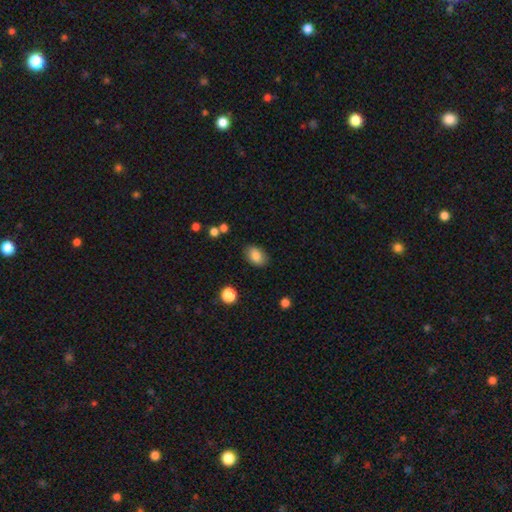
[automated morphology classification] Smooth or featured? Predicted: smooth (p=0.84). How rounded? Predicted: in between (p=0.83). Merging? Predicted: none (p=0.82).